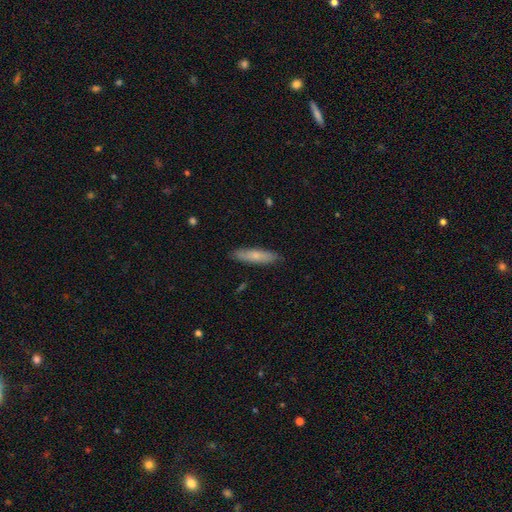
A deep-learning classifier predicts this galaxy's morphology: Smooth or featured? Predicted: smooth (p=0.70). How rounded? Predicted: cigar-shaped (p=0.79). Merging? Predicted: none (p=0.87).